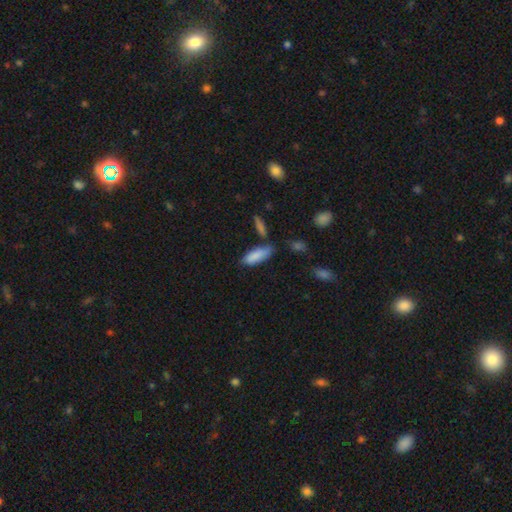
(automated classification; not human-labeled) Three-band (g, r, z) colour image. It shows a smooth galaxy with no disk features (86%) that is in between round and cigar-shaped (68%). Merging: none (64%).